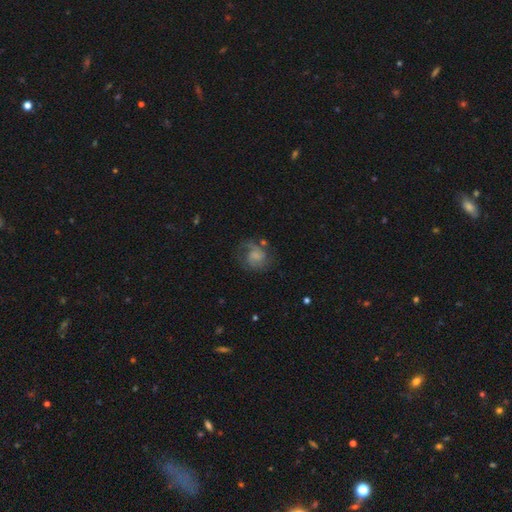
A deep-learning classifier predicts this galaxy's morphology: Smooth or featured: featured or disk — 68% (smooth — 24%)
Edge-on disk: no — 98% (yes — 2%)
Bar: no — 60% (weak — 34%)
Spiral arms: yes — 91% (no — 9%)
Spiral winding: medium — 47% (tight — 32%)
Spiral arm count: 2 — 69% (can't tell — 13%)
Bulge size: none — 40% (small — 36%)
Merging: none — 60% (minor disturbance — 19%)